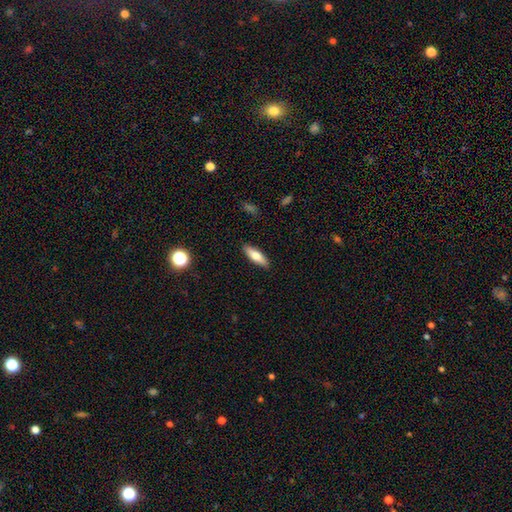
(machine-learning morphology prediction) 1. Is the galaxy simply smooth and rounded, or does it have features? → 65% smooth, 28% featured or disk, 6% star or artifact.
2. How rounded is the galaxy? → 53% cigar-shaped, 45% in between, 2% round.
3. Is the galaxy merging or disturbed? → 89% none, 8% minor disturbance, 2% major disturbance, 1% merger.